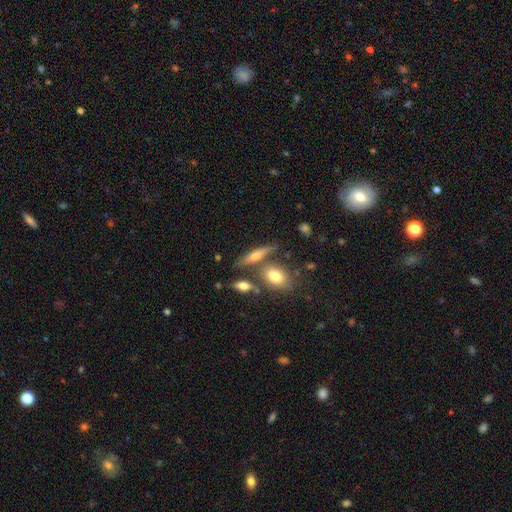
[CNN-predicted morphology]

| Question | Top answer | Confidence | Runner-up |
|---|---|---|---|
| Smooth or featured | smooth | 49% | featured or disk (42%) |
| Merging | none | 66% | merger (17%) |